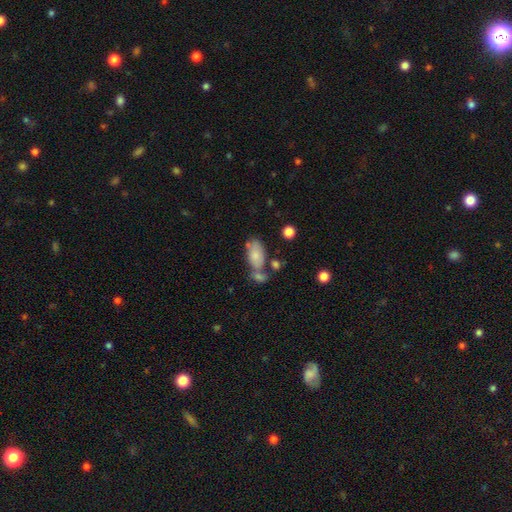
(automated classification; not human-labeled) smooth 76%, featured or disk 16%, star or artifact 7%. Down the decision tree: how rounded — in between (92%); merging — none (47%).